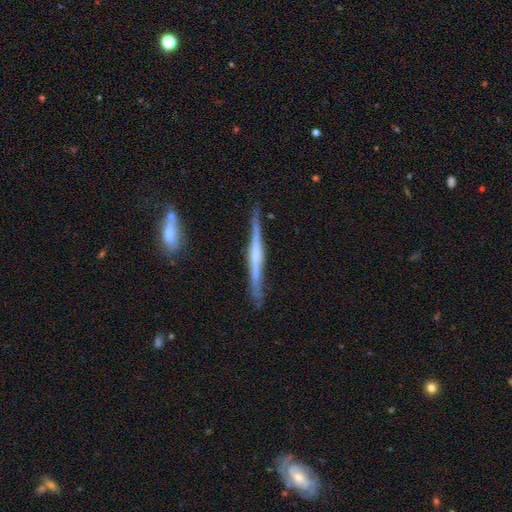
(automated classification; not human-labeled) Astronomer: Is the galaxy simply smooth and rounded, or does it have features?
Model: featured or disk — 72%.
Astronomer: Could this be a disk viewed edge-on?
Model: yes — 97%.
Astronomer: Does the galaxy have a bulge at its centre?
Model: rounded — 40% (runner-up: none, 36%).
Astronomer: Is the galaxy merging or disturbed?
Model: none — 83%.